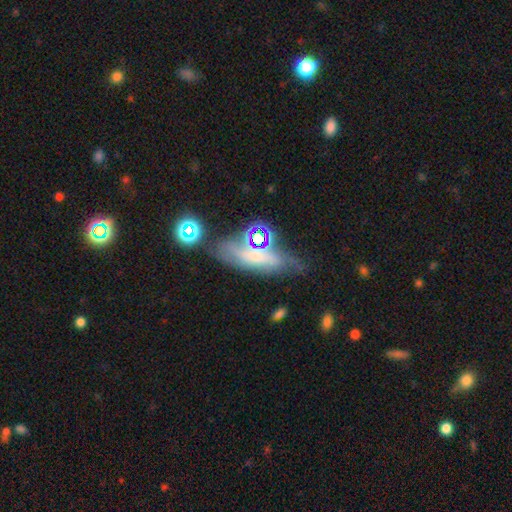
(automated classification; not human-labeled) Smooth or featured? Predicted: featured or disk (p=0.39). Merging? Predicted: none (p=0.50).